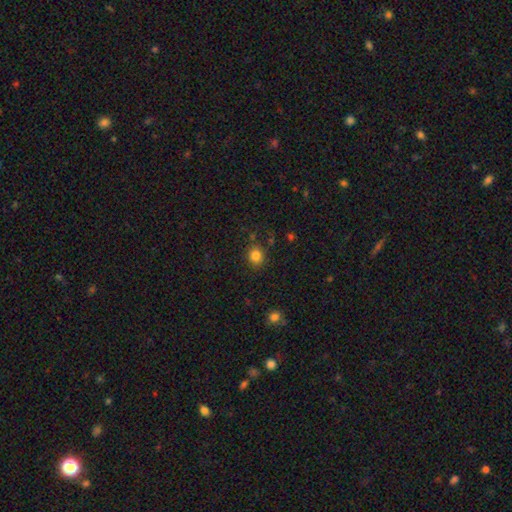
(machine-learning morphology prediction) Smooth or featured: smooth — 82% (star or artifact — 12%)
How rounded: round — 75% (in between — 24%)
Merging: none — 84% (minor disturbance — 10%)